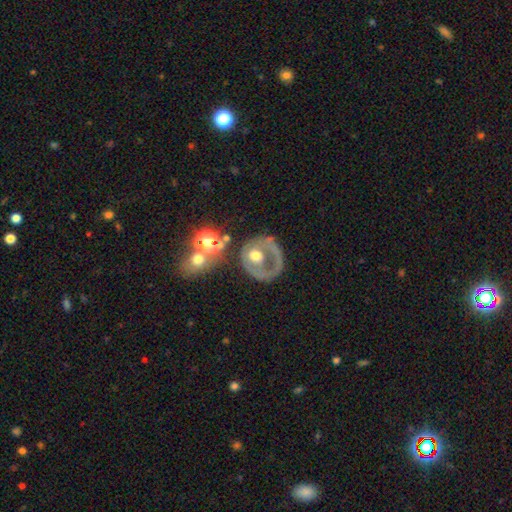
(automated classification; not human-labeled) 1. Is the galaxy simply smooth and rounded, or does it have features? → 60% featured or disk, 31% smooth, 9% star or artifact.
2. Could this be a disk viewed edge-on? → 96% no, 4% yes.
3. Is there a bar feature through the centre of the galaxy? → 81% no, 14% weak, 5% strong.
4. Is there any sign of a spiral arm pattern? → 77% no, 23% yes.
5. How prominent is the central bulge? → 68% moderate, 15% large, 11% small, 4% none, 2% dominant.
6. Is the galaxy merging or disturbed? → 44% none, 26% major disturbance, 20% minor disturbance, 10% merger.